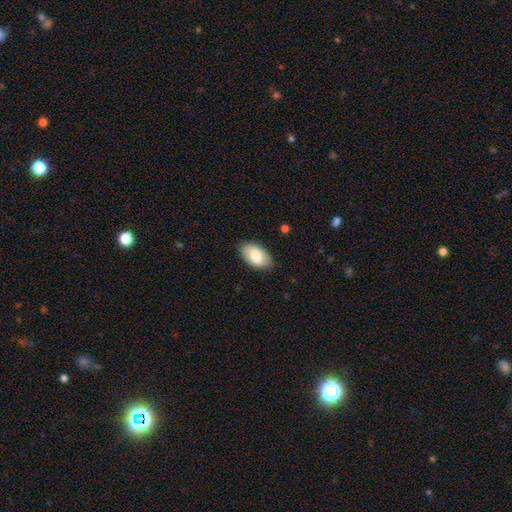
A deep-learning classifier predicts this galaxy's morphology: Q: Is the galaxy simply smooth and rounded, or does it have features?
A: smooth — 78%.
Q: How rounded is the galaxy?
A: in between — 95%.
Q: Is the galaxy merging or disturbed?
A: none — 86%.